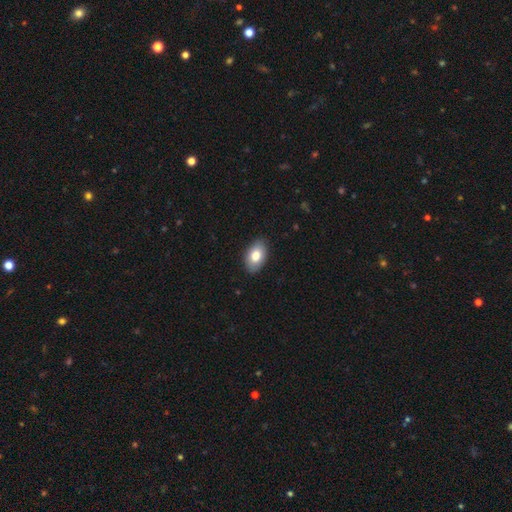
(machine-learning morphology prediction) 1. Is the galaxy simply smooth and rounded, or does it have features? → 81% smooth, 13% featured or disk, 7% star or artifact.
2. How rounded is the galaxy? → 92% in between, 7% round, 1% cigar-shaped.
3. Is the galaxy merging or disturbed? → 87% none, 10% minor disturbance, 2% major disturbance, 1% merger.